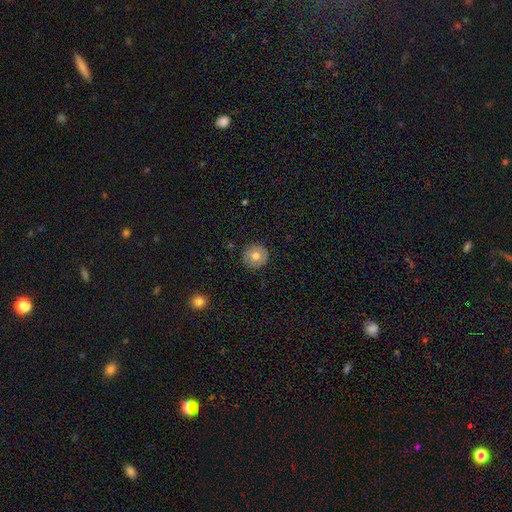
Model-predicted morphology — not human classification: This appears to be a smooth galaxy with no disk features (70%) that is round (94%). Merging: none (89%).